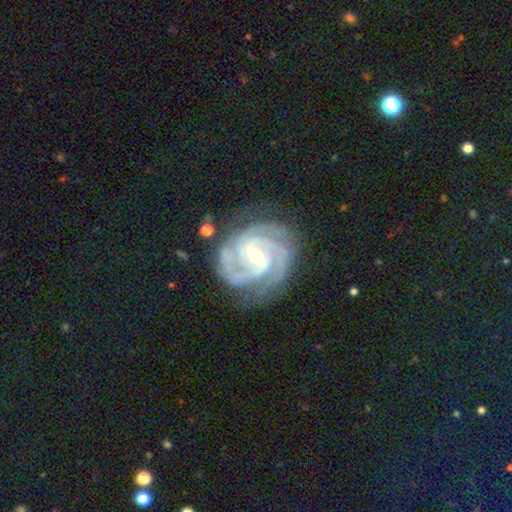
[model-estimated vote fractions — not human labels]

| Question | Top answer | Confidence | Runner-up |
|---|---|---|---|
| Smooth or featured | featured or disk | 93% | star or artifact (4%) |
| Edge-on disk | no | 98% | yes (2%) |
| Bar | weak | 48% | no (26%) |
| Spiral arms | yes | 99% | no (1%) |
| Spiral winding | tight | 71% | medium (26%) |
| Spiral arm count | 3 | 46% | 2 (19%) |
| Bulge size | moderate | 55% | small (42%) |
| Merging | none | 77% | minor disturbance (16%) |